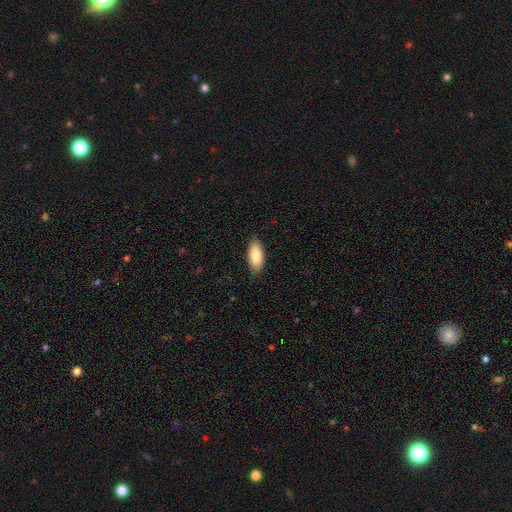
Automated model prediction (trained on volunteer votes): Smooth or featured? smooth (85%)
How rounded? in between (86%)
Merging? none (85%)